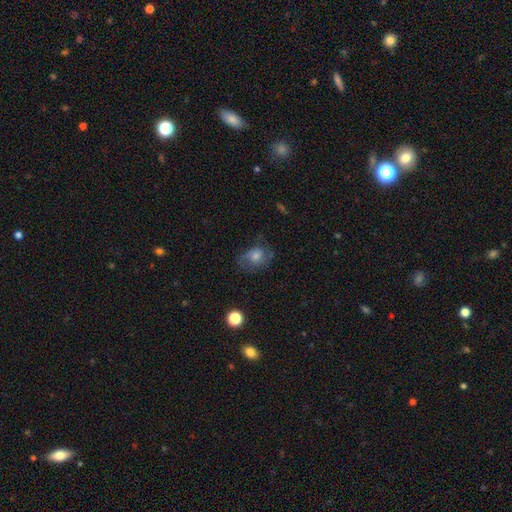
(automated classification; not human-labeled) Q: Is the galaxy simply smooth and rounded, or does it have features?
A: featured or disk — 46%.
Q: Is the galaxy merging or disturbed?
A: none — 62%.